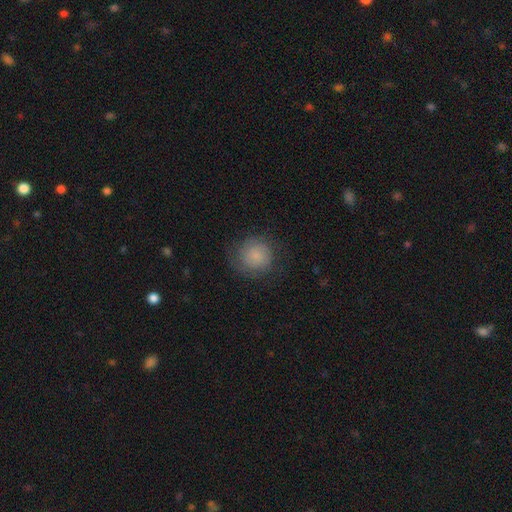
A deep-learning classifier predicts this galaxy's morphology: A smooth galaxy with no disk features (72%) that is round (91%).

Vote fractions:
- Smooth or featured? smooth: 72% / featured or disk: 19% / star or artifact: 9%
- How rounded? round: 91% / in between: 8% / cigar-shaped: 1%
- Merging? none: 75% / minor disturbance: 16% / major disturbance: 8% / merger: 1%